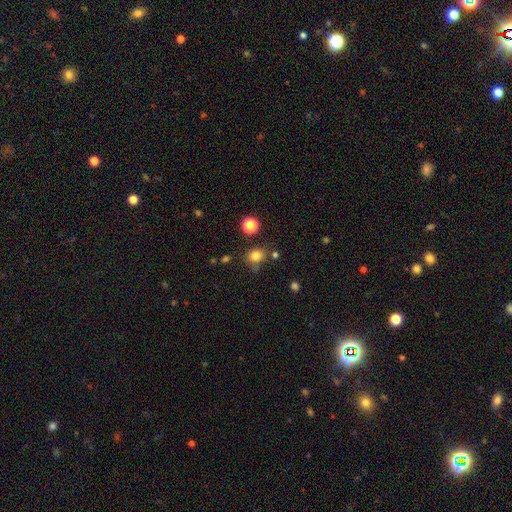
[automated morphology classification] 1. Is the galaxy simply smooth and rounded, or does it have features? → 80% smooth, 15% star or artifact, 6% featured or disk.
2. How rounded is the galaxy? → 74% round, 25% in between, 1% cigar-shaped.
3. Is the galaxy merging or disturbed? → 71% none, 17% minor disturbance, 7% merger, 5% major disturbance.